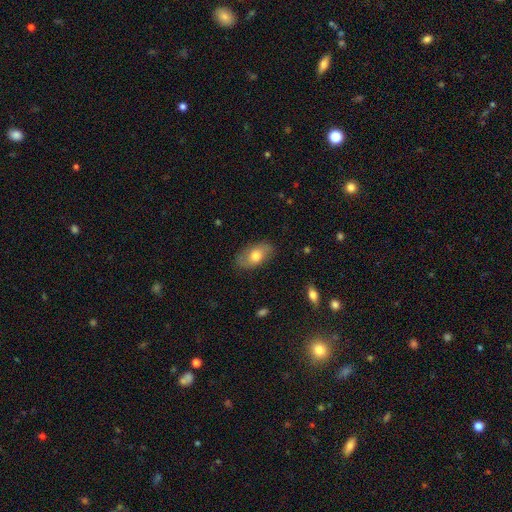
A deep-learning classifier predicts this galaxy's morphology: Smooth or featured? Predicted: smooth (p=0.68). How rounded? Predicted: in between (p=0.92). Merging? Predicted: none (p=0.81).